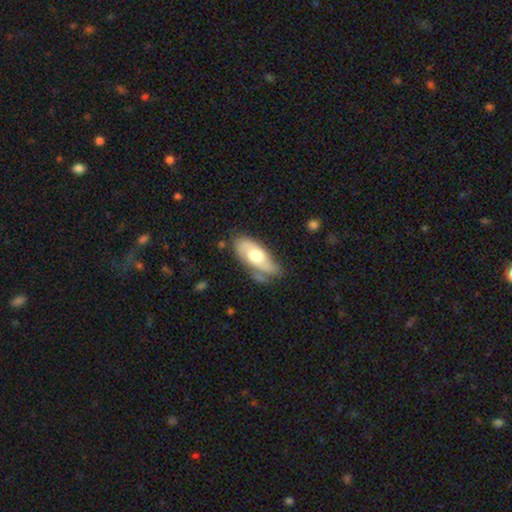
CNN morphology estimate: Smooth or featured? Predicted: smooth (p=0.54). How rounded? Predicted: in between (p=0.81). Merging? Predicted: none (p=0.55).